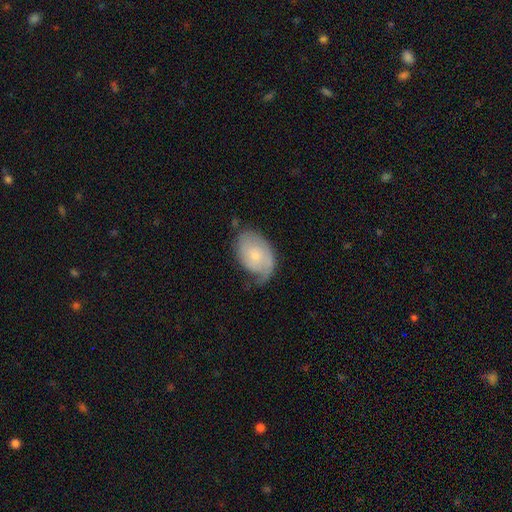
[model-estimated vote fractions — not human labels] Smooth or featured?
  - featured or disk: 54% *
  - smooth: 40%
  - star or artifact: 6%
Edge-on disk?
  - no: 96% *
  - yes: 4%
Bar?
  - no: 76% *
  - weak: 21%
  - strong: 3%
Spiral arms?
  - yes: 81% *
  - no: 19%
Bulge size?
  - small: 61% *
  - moderate: 30%
  - none: 5%
  - large: 3%
  - dominant: 1%
Merging?
  - none: 46% *
  - minor disturbance: 32%
  - major disturbance: 19%
  - merger: 2%